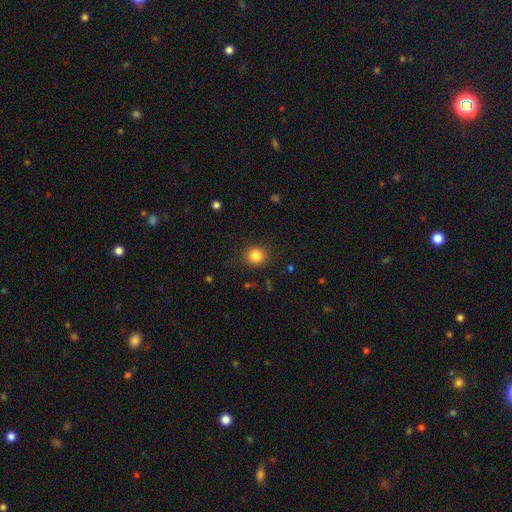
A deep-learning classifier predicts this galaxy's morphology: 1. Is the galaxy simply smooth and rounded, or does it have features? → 85% smooth, 11% star or artifact, 5% featured or disk.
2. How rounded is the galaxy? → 88% round, 11% in between, 1% cigar-shaped.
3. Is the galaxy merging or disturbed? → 86% none, 10% minor disturbance, 3% major disturbance, 1% merger.